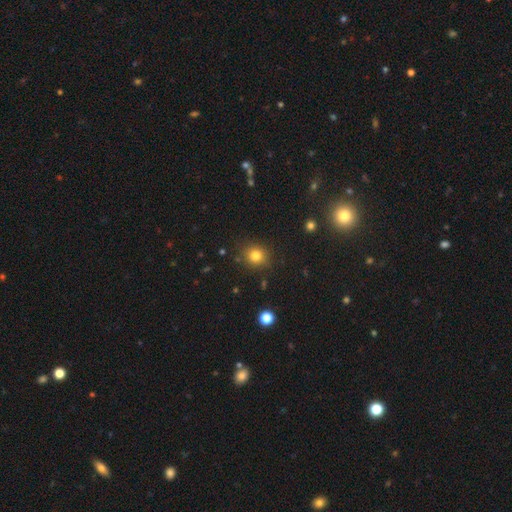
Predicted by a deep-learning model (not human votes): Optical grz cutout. It shows a smooth galaxy with no disk features (81%) that is round (85%). Merging: none (86%).